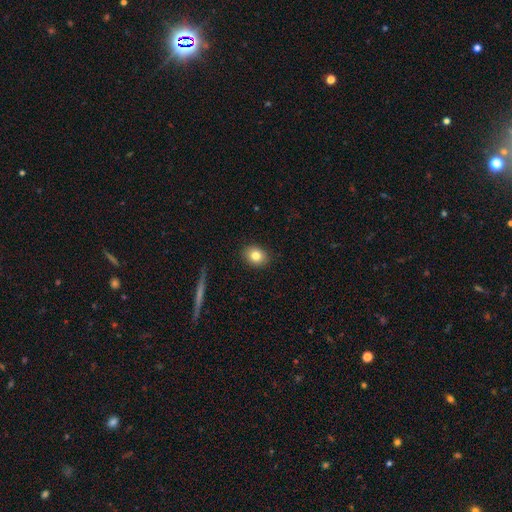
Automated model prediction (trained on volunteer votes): Morphology: type=smooth (81%); roundness=round (52%); merging=none (89%).